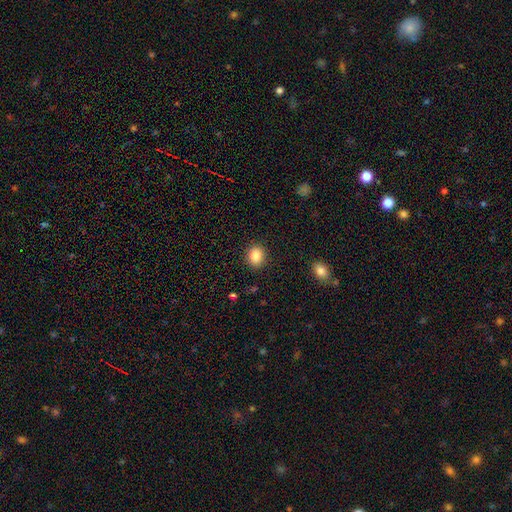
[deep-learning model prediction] Morphology: type=smooth (86%); roundness=round (65%); merging=none (90%).